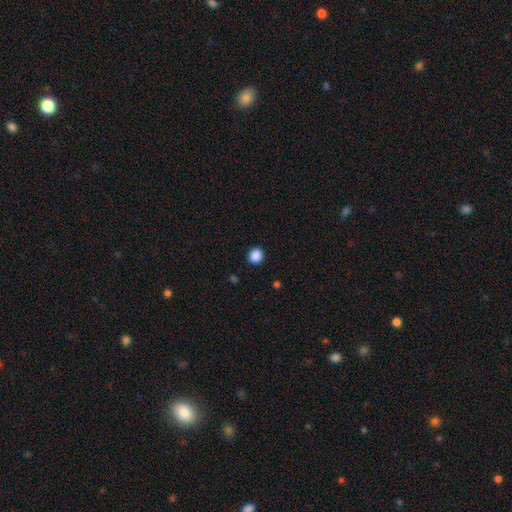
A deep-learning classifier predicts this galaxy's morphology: Smooth or featured? Predicted: smooth (p=0.88). How rounded? Predicted: round (p=0.86). Merging? Predicted: none (p=0.92).